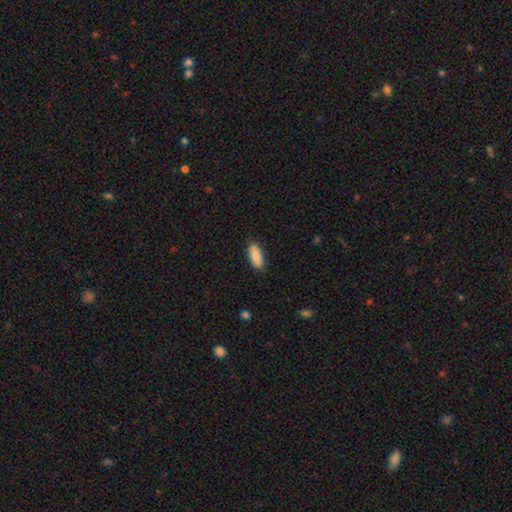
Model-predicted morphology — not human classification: This appears to be a smooth galaxy with no disk features (83%) that is in between round and cigar-shaped (78%). Merging: none (85%).